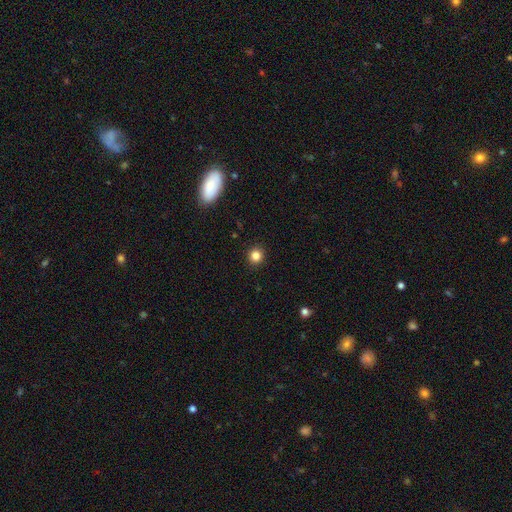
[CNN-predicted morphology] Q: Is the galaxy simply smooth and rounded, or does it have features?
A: smooth — 84%.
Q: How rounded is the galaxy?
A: round — 91%.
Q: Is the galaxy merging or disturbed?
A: none — 92%.